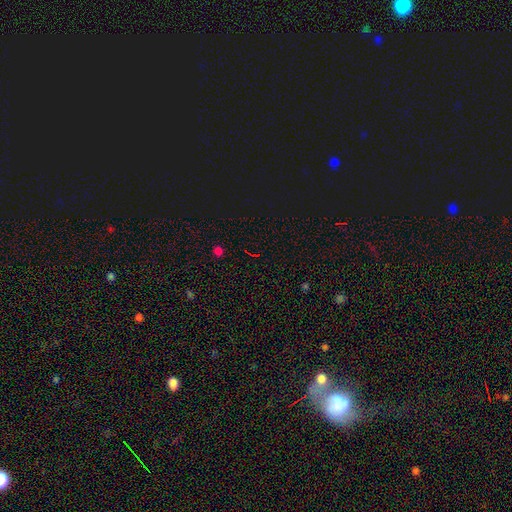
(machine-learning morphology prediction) This is likely a star or artifact rather than a galaxy (72%).